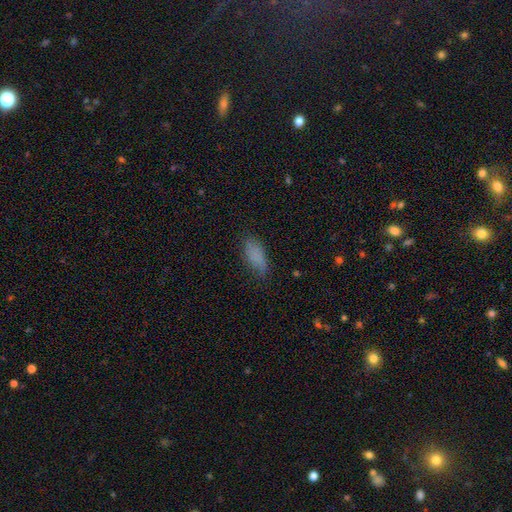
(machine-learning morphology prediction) Smooth or featured?
  - smooth: 81% *
  - featured or disk: 9%
  - star or artifact: 9%
How rounded?
  - in between: 85% *
  - cigar-shaped: 12%
  - round: 3%
Merging?
  - none: 68% *
  - minor disturbance: 23%
  - major disturbance: 7%
  - merger: 2%